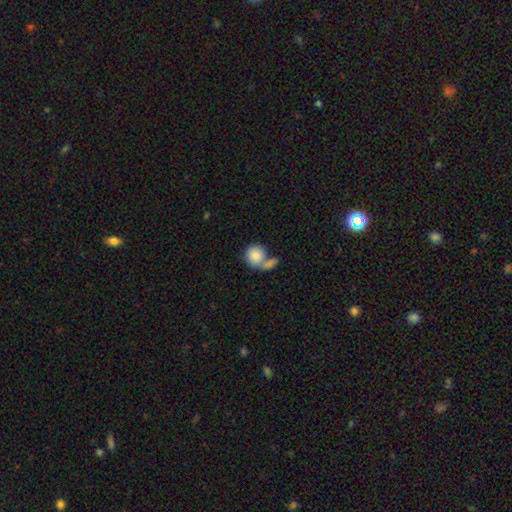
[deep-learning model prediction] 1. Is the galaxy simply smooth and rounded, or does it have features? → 82% smooth, 12% featured or disk, 6% star or artifact.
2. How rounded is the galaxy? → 80% round, 18% in between, 1% cigar-shaped.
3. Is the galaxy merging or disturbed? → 49% merger, 33% none, 10% minor disturbance, 8% major disturbance.